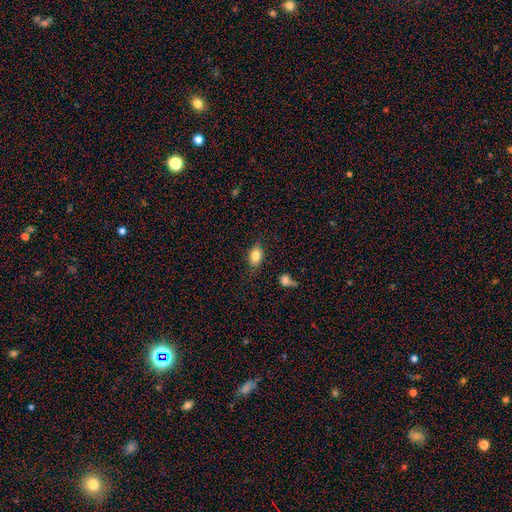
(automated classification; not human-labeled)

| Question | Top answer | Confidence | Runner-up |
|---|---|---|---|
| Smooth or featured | smooth | 83% | star or artifact (9%) |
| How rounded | in between | 78% | round (20%) |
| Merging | none | 80% | minor disturbance (13%) |